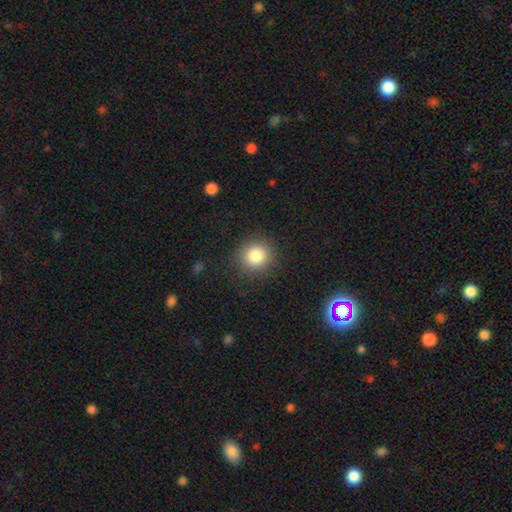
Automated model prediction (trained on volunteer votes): Morphology: type=smooth (84%); roundness=round (87%); merging=none (87%).